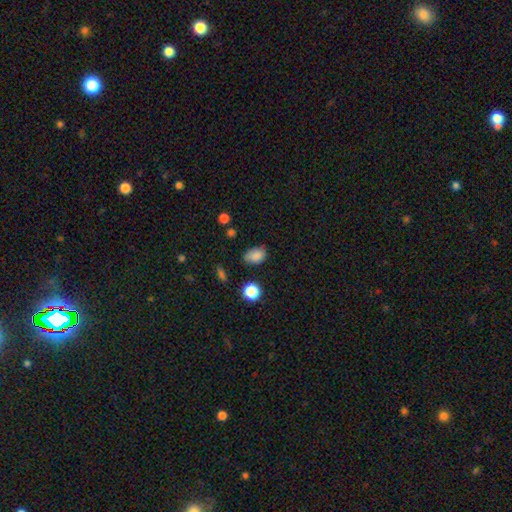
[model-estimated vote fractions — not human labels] smooth 84%, star or artifact 11%, featured or disk 5%. Down the decision tree: how rounded — in between (80%); merging — none (69%).